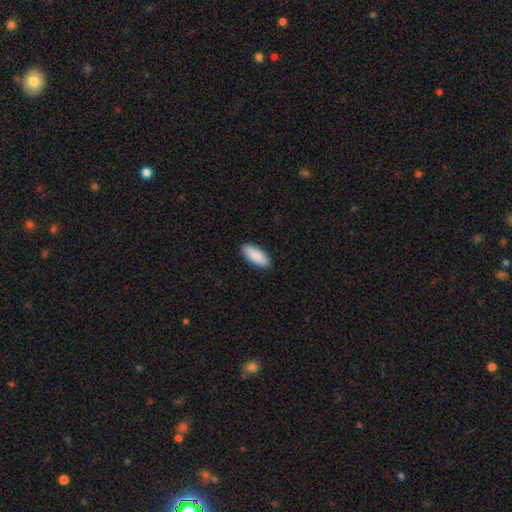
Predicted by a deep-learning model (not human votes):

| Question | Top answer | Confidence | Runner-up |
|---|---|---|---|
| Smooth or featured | smooth | 90% | star or artifact (5%) |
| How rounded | in between | 79% | cigar-shaped (19%) |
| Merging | none | 89% | minor disturbance (8%) |